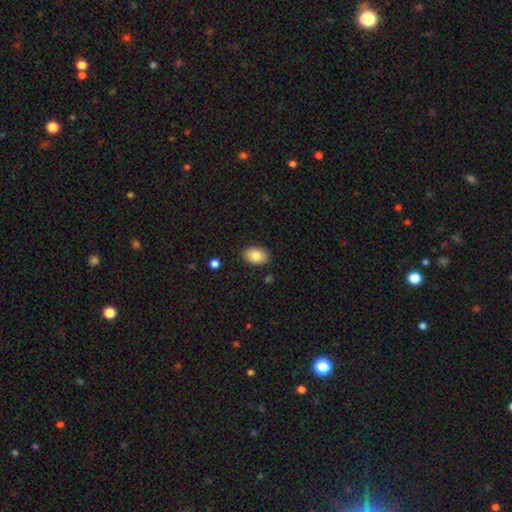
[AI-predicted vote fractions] Smooth or featured: smooth — 85% (star or artifact — 7%)
How rounded: in between — 86% (round — 13%)
Merging: none — 87% (minor disturbance — 9%)